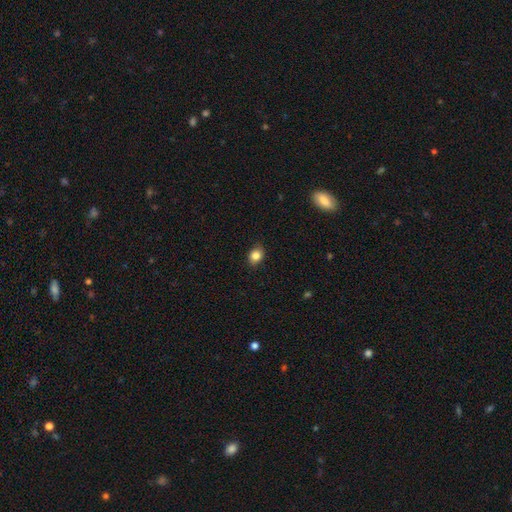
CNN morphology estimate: This appears to be a smooth galaxy with no disk features (84%) that is in between round and cigar-shaped (54%). Merging: none (84%).